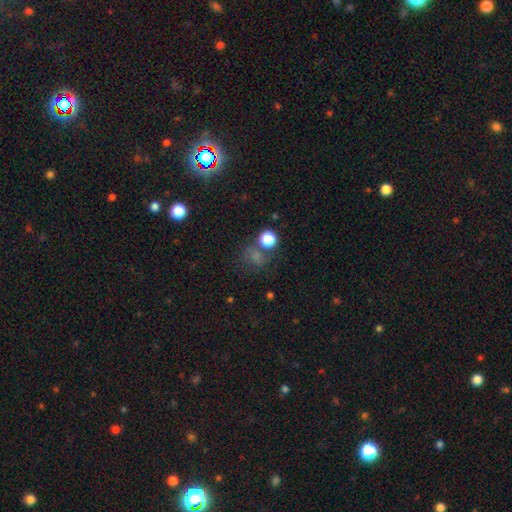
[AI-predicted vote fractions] A smooth galaxy with no disk features (61%) that is round (74%). Merging: none (57%).